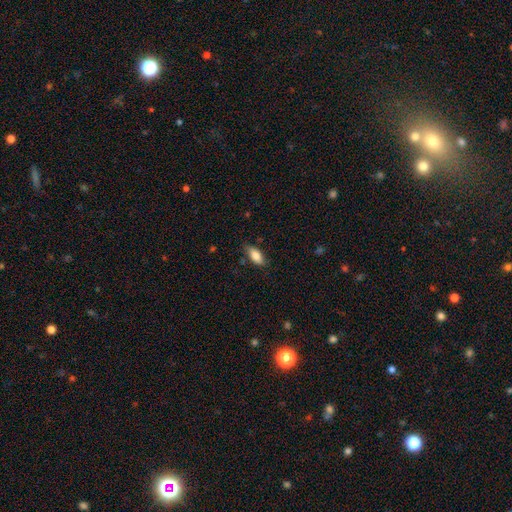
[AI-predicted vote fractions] Q: Smooth or featured?
A: smooth (82%); runner-up: featured or disk (11%)
Q: How rounded?
A: in between (88%); runner-up: cigar-shaped (9%)
Q: Merging?
A: none (76%); runner-up: minor disturbance (19%)